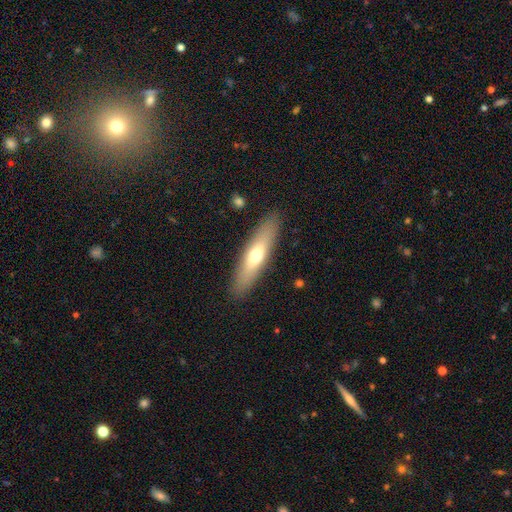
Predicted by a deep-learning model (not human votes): Smooth or featured?
  - smooth: 57% *
  - featured or disk: 38%
  - star or artifact: 6%
How rounded?
  - cigar-shaped: 73% *
  - in between: 25%
  - round: 2%
Merging?
  - none: 89% *
  - minor disturbance: 8%
  - major disturbance: 2%
  - merger: 1%